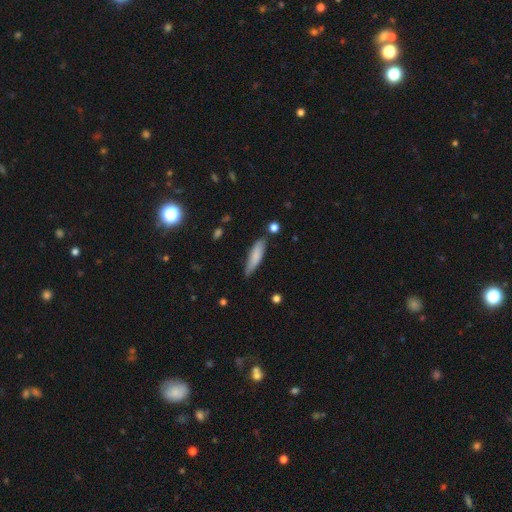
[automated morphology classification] Q: Smooth or featured?
A: smooth (79%); runner-up: featured or disk (15%)
Q: How rounded?
A: cigar-shaped (70%); runner-up: in between (28%)
Q: Merging?
A: none (77%); runner-up: minor disturbance (17%)